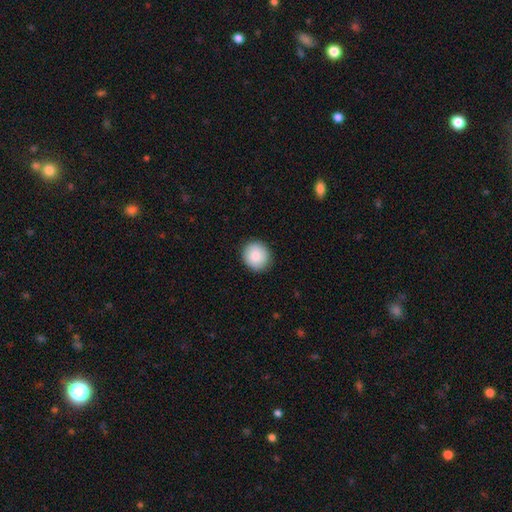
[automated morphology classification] Smooth or featured? Predicted: smooth (p=0.86). How rounded? Predicted: round (p=0.88). Merging? Predicted: none (p=0.90).